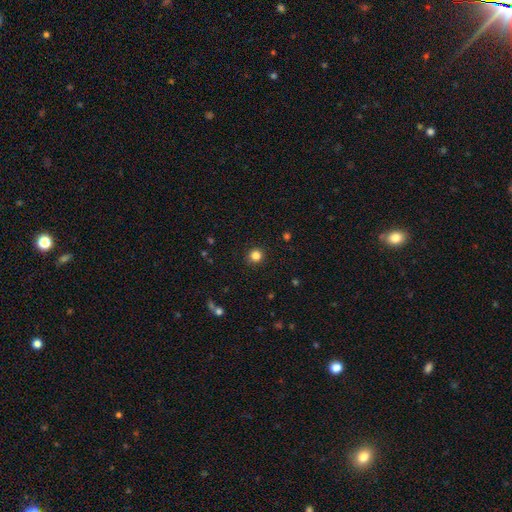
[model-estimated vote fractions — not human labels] Q: Smooth or featured?
A: smooth (84%); runner-up: star or artifact (12%)
Q: How rounded?
A: round (92%); runner-up: in between (7%)
Q: Merging?
A: none (92%); runner-up: minor disturbance (6%)